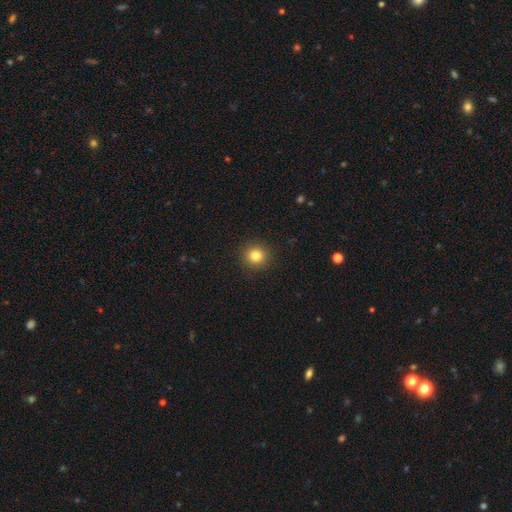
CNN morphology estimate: This appears to be a smooth galaxy with no disk features (83%) that is round (92%). Merging: none (91%).